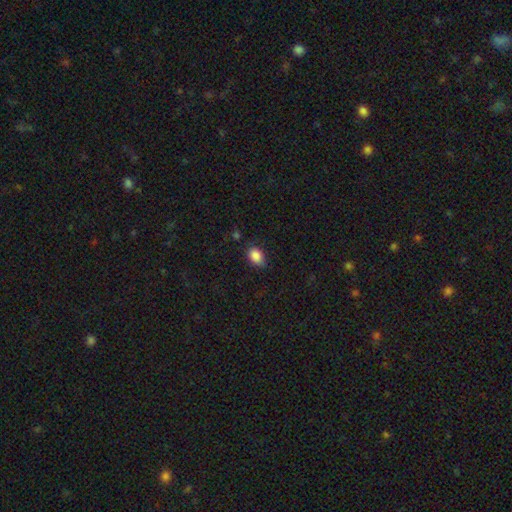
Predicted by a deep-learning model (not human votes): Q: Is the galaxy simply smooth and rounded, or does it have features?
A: smooth — 87%.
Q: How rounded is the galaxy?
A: in between — 79%.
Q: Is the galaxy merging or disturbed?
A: none — 75%.